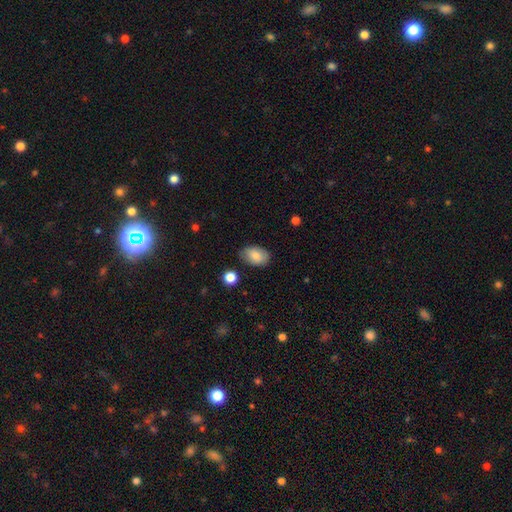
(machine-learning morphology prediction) type=smooth (79%); roundness=in between (85%); merging=none (79%).